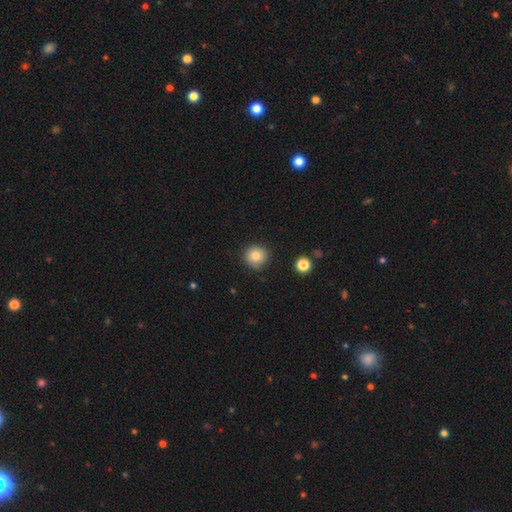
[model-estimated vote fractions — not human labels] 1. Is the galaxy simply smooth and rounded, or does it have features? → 82% smooth, 11% star or artifact, 7% featured or disk.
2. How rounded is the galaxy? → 92% round, 7% in between, 1% cigar-shaped.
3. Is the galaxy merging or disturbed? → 86% none, 10% minor disturbance, 2% major disturbance, 2% merger.